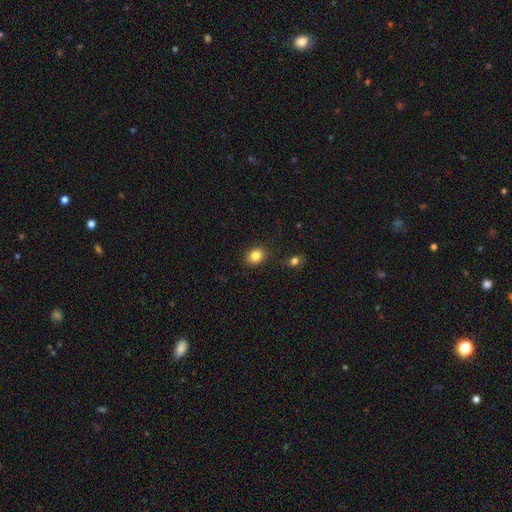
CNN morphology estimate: The model was most divided on "how rounded": round: 63%, in between: 36%, cigar-shaped: 1%. More confident: merging — none (87%); smooth or featured — smooth (84%).